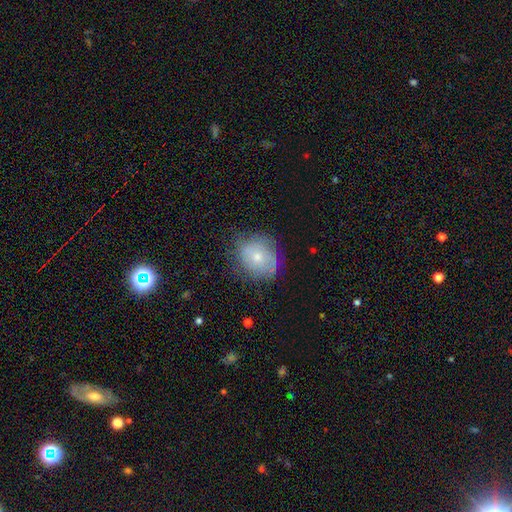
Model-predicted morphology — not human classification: This appears to be a smooth galaxy with no disk features (52%) that is round (68%). Merging: none (65%).